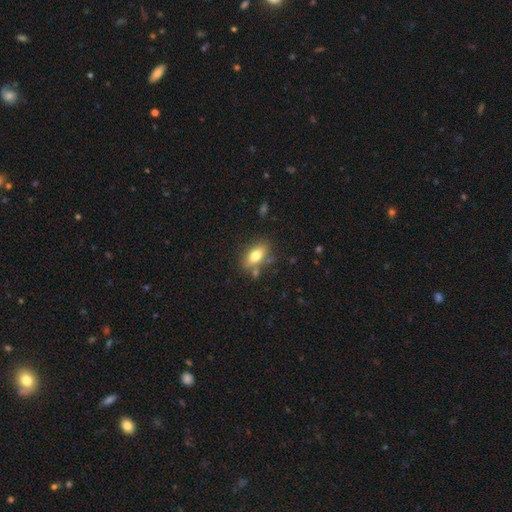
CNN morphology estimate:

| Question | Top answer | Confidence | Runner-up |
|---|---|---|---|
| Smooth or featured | smooth | 74% | featured or disk (18%) |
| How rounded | in between | 84% | cigar-shaped (9%) |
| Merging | none | 74% | minor disturbance (15%) |